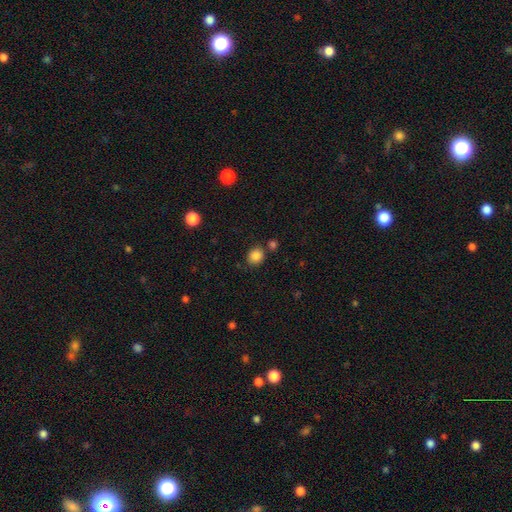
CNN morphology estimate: smooth 85%, star or artifact 11%, featured or disk 4%. Down the decision tree: how rounded — round (75%); merging — none (76%).